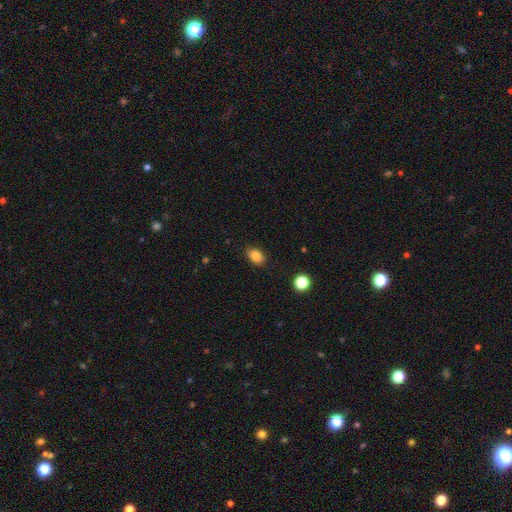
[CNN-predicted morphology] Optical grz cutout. It shows a smooth galaxy with no disk features (84%) that is in between round and cigar-shaped (77%). Merging: none (87%).